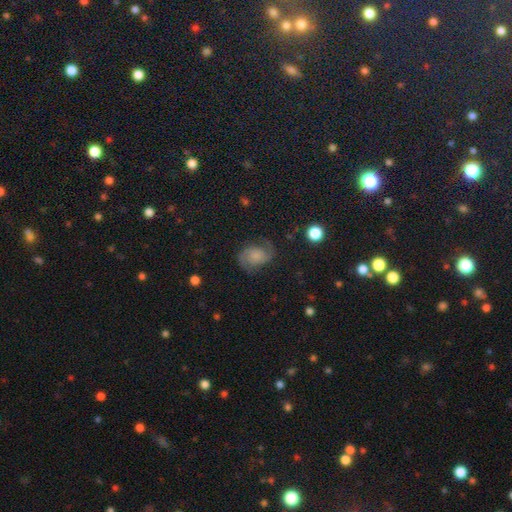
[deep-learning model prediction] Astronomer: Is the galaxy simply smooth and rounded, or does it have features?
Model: featured or disk — 71%.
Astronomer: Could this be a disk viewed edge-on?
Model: no — 98%.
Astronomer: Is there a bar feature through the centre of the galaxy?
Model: no — 69%.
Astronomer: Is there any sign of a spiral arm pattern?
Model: yes — 95%.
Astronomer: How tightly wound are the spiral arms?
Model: medium — 50% (runner-up: loose, 29%).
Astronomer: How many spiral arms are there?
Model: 2 — 92%.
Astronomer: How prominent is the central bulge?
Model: none — 39% (runner-up: small, 27%).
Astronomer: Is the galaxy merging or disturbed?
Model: none — 73%.